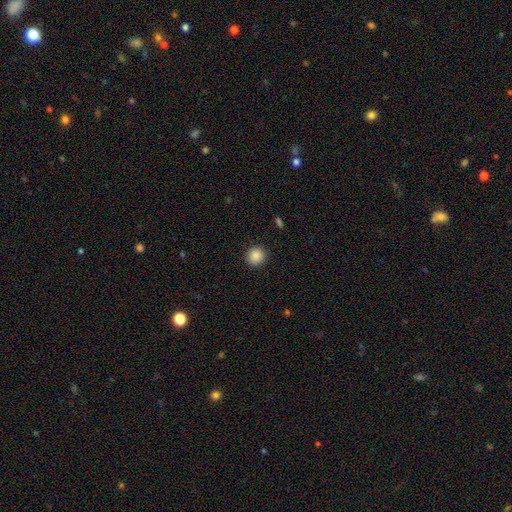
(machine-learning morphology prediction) Q: Smooth or featured?
A: smooth (88%); runner-up: star or artifact (9%)
Q: How rounded?
A: round (91%); runner-up: in between (8%)
Q: Merging?
A: none (91%); runner-up: minor disturbance (6%)